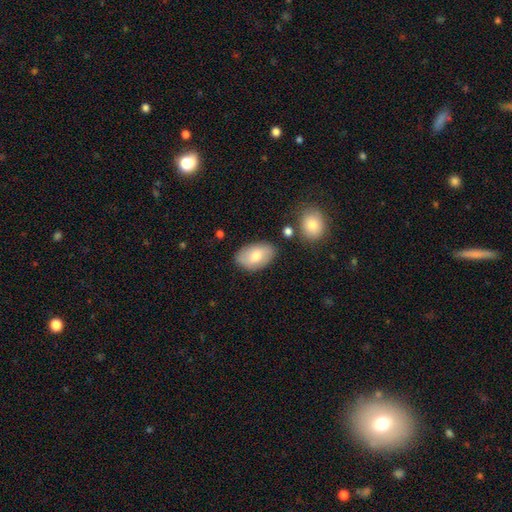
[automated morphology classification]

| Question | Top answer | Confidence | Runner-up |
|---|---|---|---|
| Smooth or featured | smooth | 71% | featured or disk (22%) |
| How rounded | in between | 92% | round (7%) |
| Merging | none | 80% | minor disturbance (13%) |